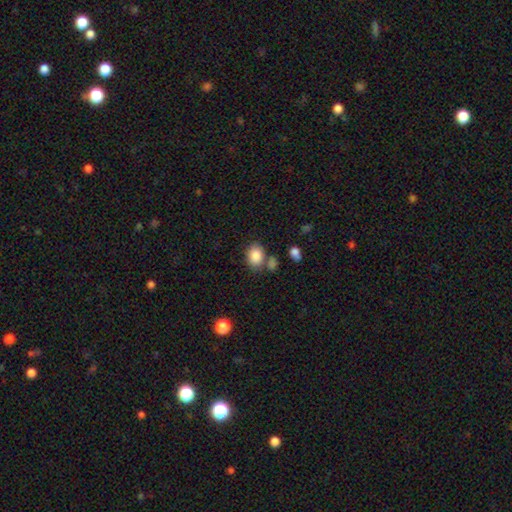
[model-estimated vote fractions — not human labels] This appears to be a smooth galaxy with no disk features (86%) that is in between round and cigar-shaped (64%). Merging: none (65%).